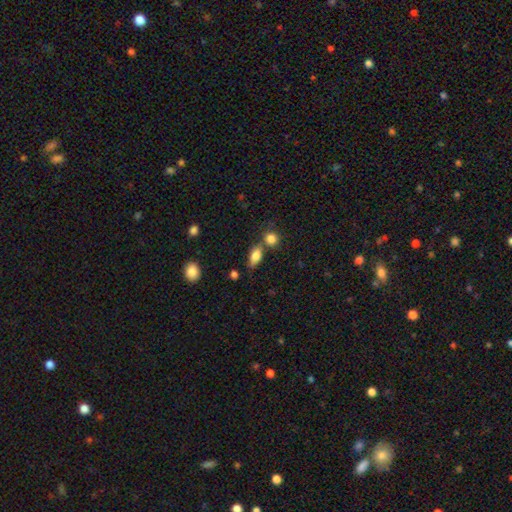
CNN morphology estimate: smooth 80%, featured or disk 11%, star or artifact 9%. Down the decision tree: how rounded — in between (82%); merging — none (59%).